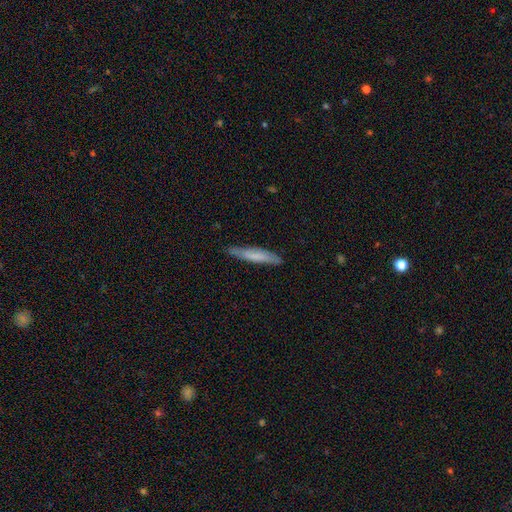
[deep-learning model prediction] Smooth or featured: smooth — 62% (featured or disk — 32%)
How rounded: cigar-shaped — 89% (in between — 10%)
Merging: none — 78% (minor disturbance — 17%)